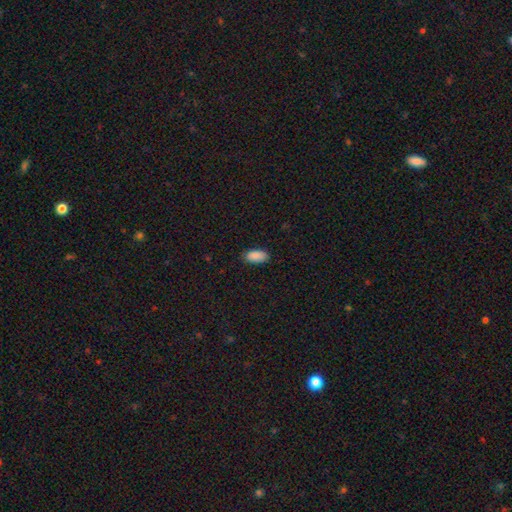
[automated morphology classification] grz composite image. It shows a smooth galaxy with no disk features (89%) that is in between round and cigar-shaped (93%). Merging: none (85%).